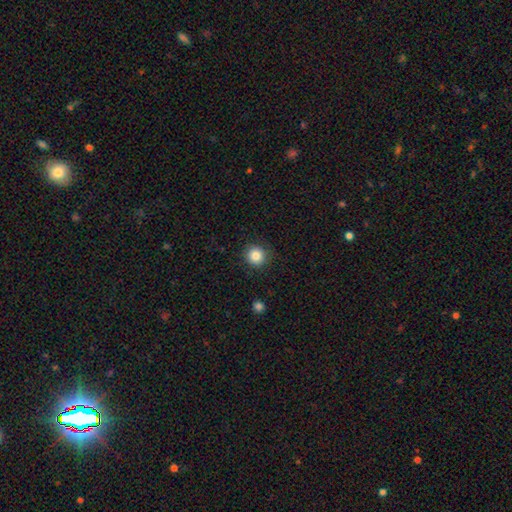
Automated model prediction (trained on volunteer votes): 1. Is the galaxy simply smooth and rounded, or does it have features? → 85% smooth, 10% star or artifact, 5% featured or disk.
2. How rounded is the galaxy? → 93% round, 6% in between, 1% cigar-shaped.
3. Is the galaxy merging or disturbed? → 89% none, 8% minor disturbance, 2% major disturbance, 1% merger.